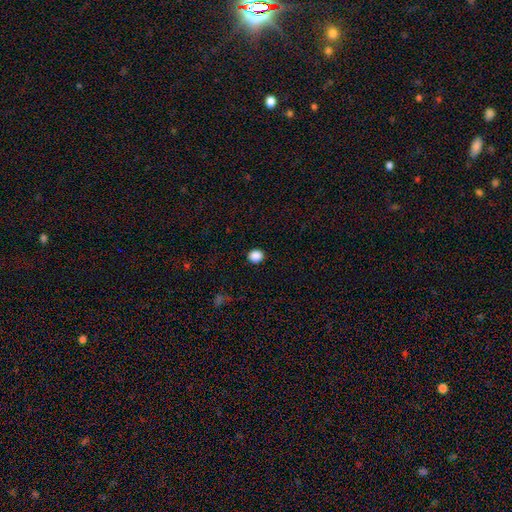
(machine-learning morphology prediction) This is clearly a smooth galaxy (88%). How rounded: likely round (80%). Merging: clearly none (91%).